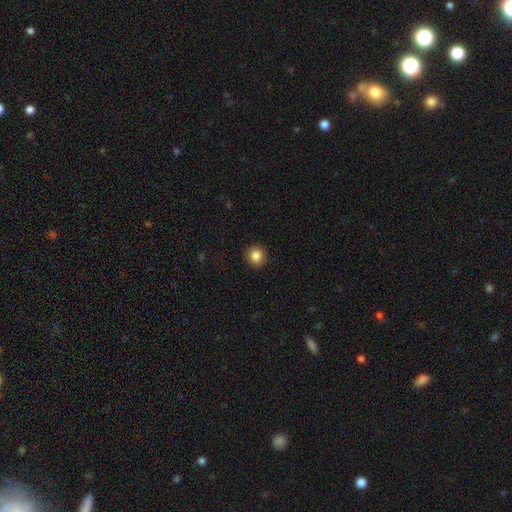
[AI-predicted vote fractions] smooth 86%, star or artifact 10%, featured or disk 4%. Down the decision tree: how rounded — round (93%); merging — none (93%).